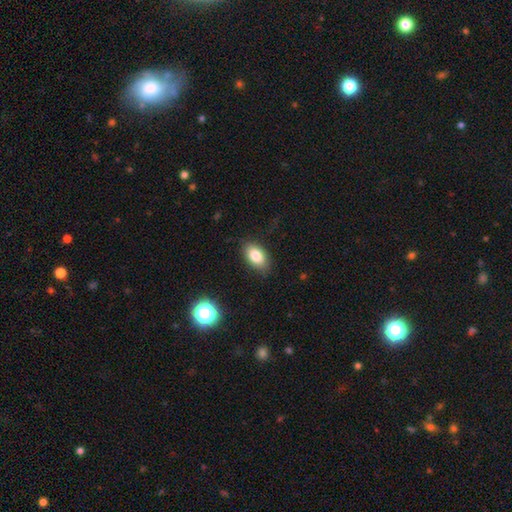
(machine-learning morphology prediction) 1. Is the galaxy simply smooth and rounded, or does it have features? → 82% smooth, 10% featured or disk, 9% star or artifact.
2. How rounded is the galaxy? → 91% in between, 7% round, 2% cigar-shaped.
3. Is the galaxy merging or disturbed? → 84% none, 12% minor disturbance, 3% major disturbance, 1% merger.